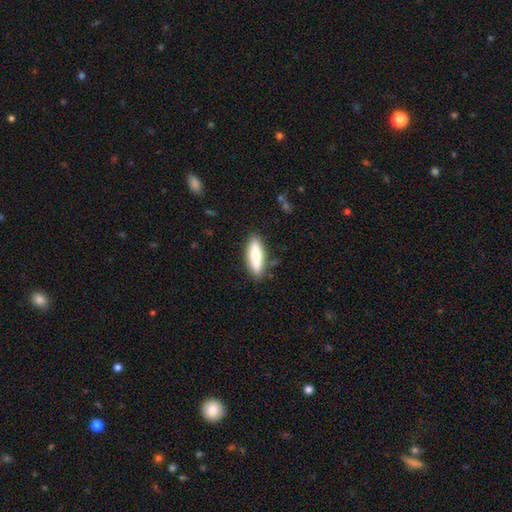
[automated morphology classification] type=smooth (70%); roundness=cigar-shaped (50%); merging=none (85%).